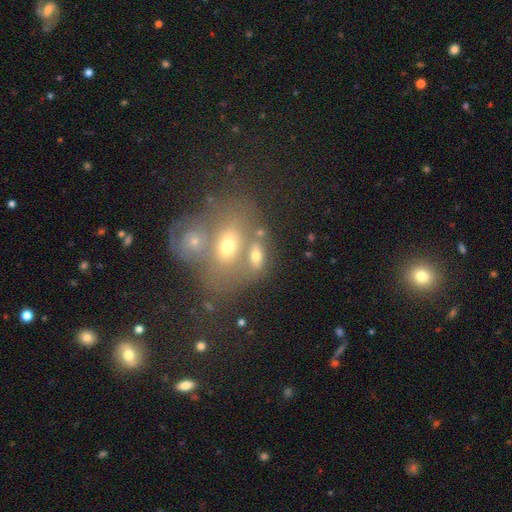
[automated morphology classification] type=smooth (62%); roundness=in between (80%); merging=none (45%).